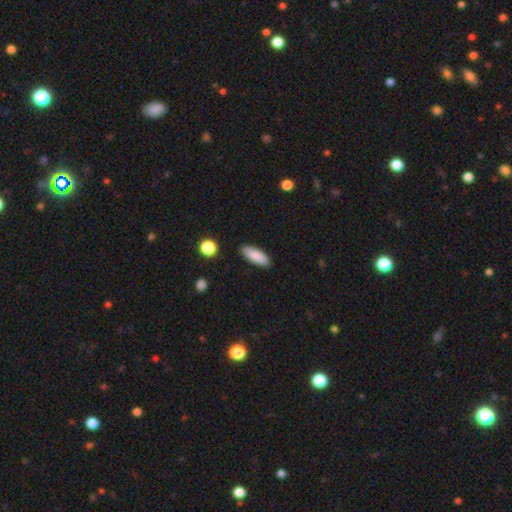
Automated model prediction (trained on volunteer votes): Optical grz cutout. It shows a smooth galaxy with no disk features (88%) that is in between round and cigar-shaped (73%). Merging: none (87%).